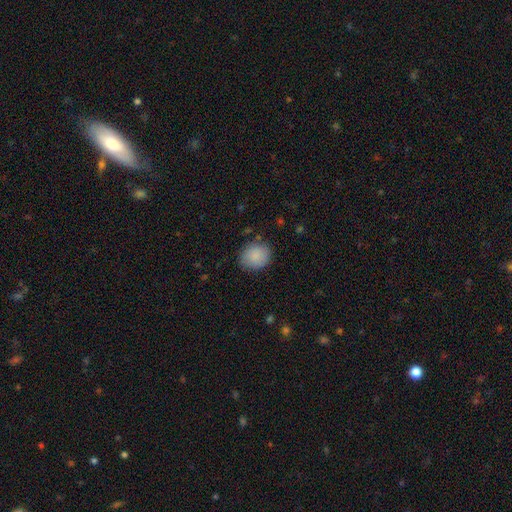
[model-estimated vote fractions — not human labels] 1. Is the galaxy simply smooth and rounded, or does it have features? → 88% smooth, 7% star or artifact, 5% featured or disk.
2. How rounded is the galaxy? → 68% round, 32% in between, 1% cigar-shaped.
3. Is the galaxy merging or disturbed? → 83% none, 12% minor disturbance, 3% major disturbance, 1% merger.